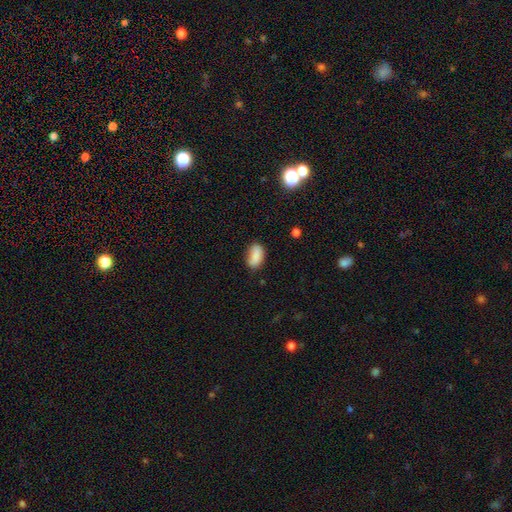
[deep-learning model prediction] smooth-or-featured: smooth: 87% | star or artifact: 8% | featured or disk: 5%
  how-rounded: in between: 92% | round: 5% | cigar-shaped: 3%
  merging: none: 75% | minor disturbance: 19% | major disturbance: 4% | merger: 2%